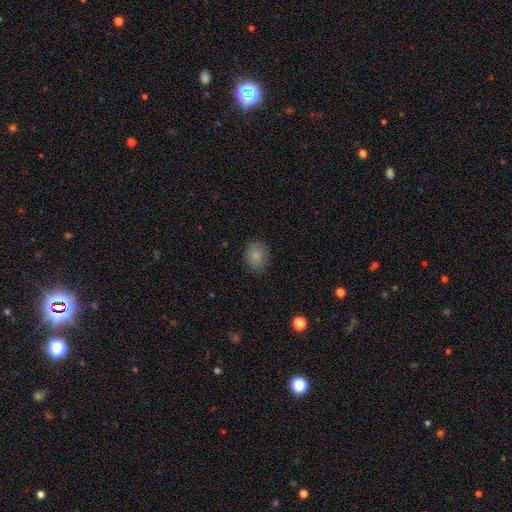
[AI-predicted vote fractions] Q: Smooth or featured?
A: smooth (85%); runner-up: star or artifact (9%)
Q: How rounded?
A: in between (50%); runner-up: round (49%)
Q: Merging?
A: none (85%); runner-up: minor disturbance (12%)